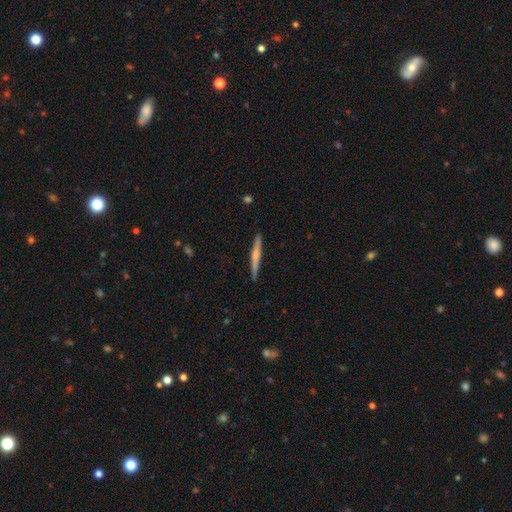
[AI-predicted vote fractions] smooth_or_featured: featured or disk (p=0.47) [tied with: smooth p=0.47]
merging: none (p=0.91) [alt: minor disturbance p=0.07]